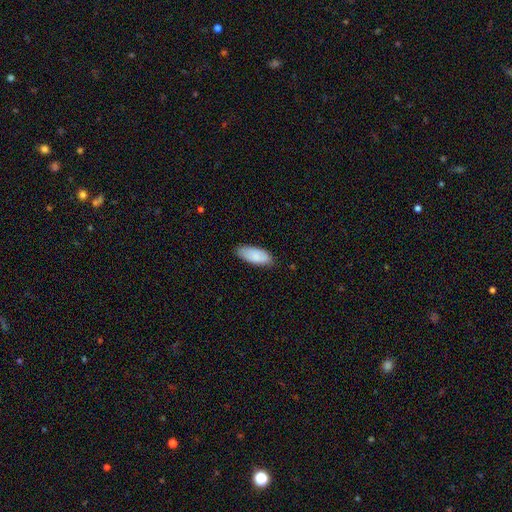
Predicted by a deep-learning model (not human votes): smooth 87%, featured or disk 8%, star or artifact 6%. Down the decision tree: how rounded — in between (82%); merging — none (81%).